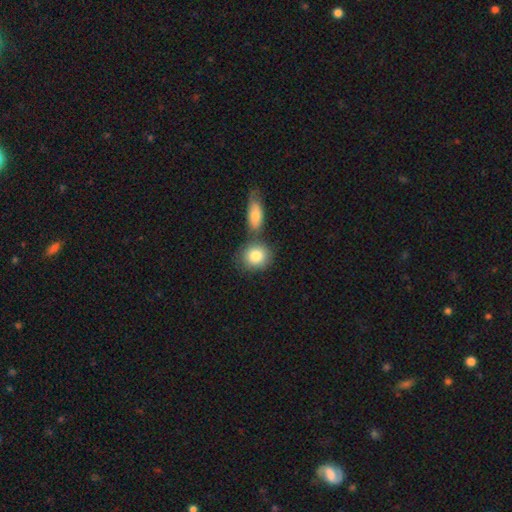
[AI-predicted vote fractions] Smooth or featured?
  - smooth: 82% *
  - featured or disk: 11%
  - star or artifact: 7%
How rounded?
  - round: 74% *
  - in between: 25%
  - cigar-shaped: 1%
Merging?
  - none: 57% *
  - merger: 29%
  - minor disturbance: 10%
  - major disturbance: 3%